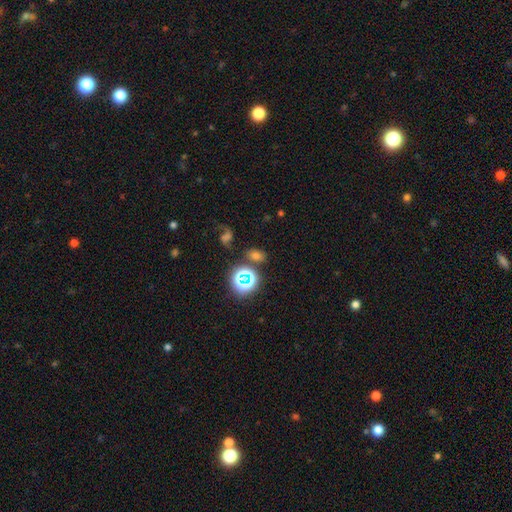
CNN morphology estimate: Overall: smooth (61%; star or artifact 29%). How rounded: in between (67%; round 31%). Merging: none (71%).